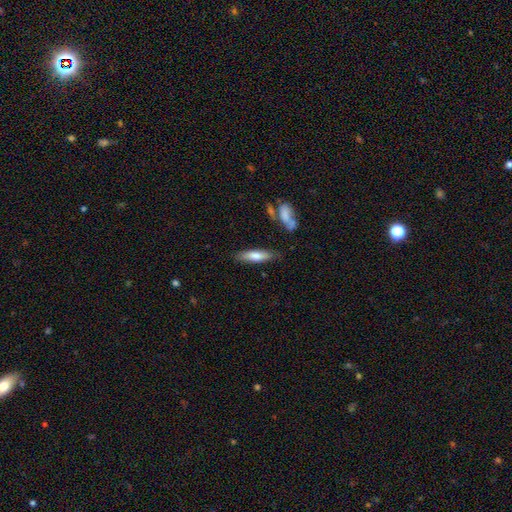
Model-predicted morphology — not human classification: Overall: smooth (71%). How rounded: cigar-shaped (67%; in between 31%). Merging: none (77%).